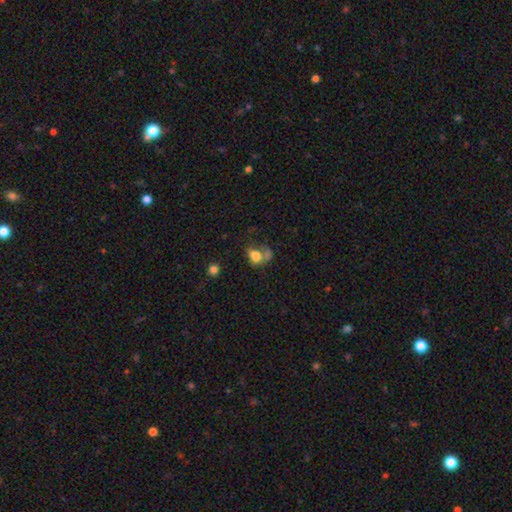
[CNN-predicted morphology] This appears to be a smooth galaxy with no disk features (70%) that is in between round and cigar-shaped (68%). Merging: merger (38%).